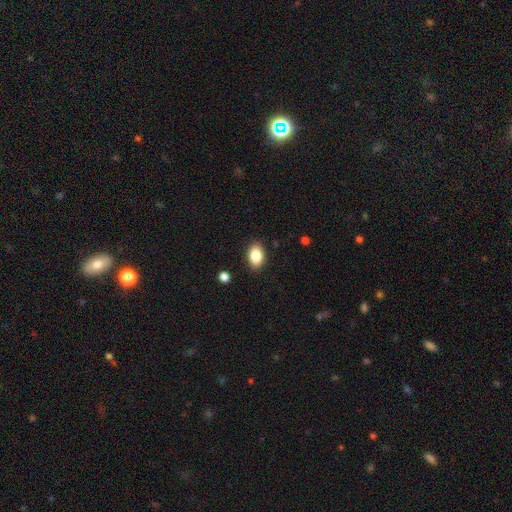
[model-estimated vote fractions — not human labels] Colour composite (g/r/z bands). It shows a smooth galaxy with no disk features (86%) that is in between round and cigar-shaped (86%). Merging: none (88%).